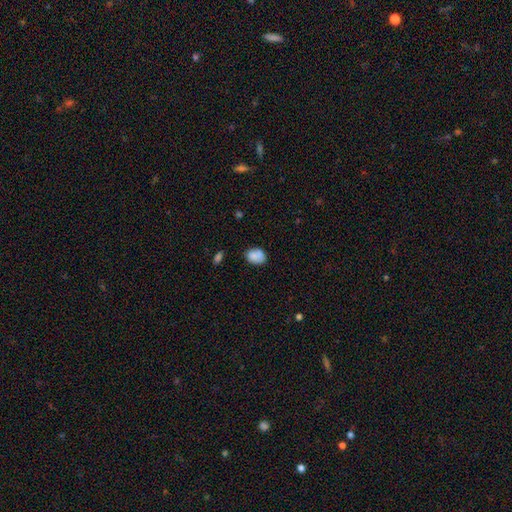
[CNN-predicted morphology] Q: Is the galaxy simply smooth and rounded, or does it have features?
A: smooth — 82%.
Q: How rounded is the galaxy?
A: in between — 69%.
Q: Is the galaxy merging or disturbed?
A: none — 63%.